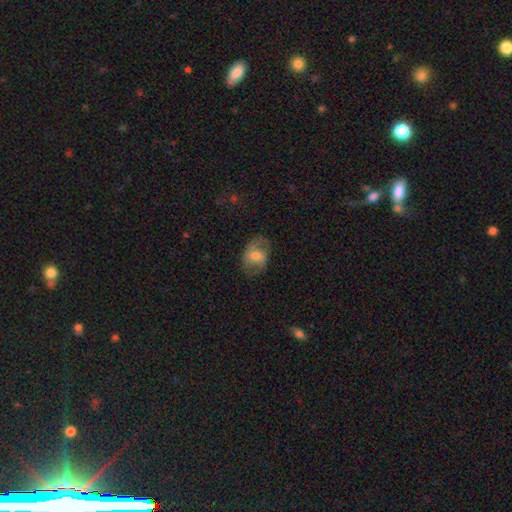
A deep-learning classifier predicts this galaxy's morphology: featured or disk 49%, smooth 43%, star or artifact 8%. Down the decision tree: merging — none (63%).